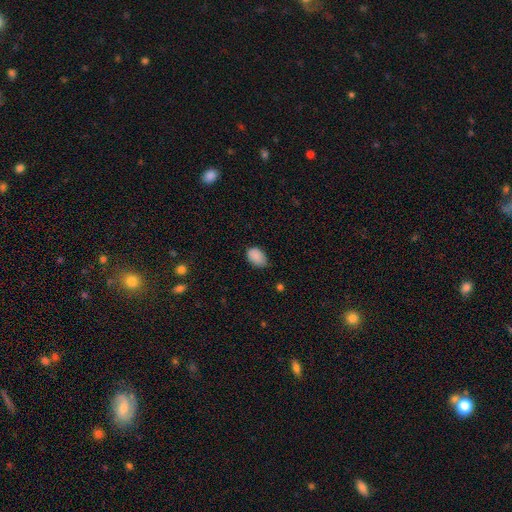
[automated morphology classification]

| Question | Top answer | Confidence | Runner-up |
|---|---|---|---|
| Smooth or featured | smooth | 88% | star or artifact (8%) |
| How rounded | in between | 88% | round (11%) |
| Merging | none | 67% | minor disturbance (28%) |